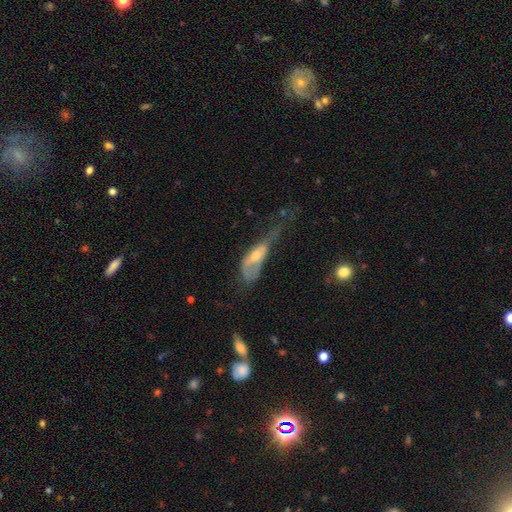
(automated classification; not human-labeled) smooth_or_featured: featured or disk (p=0.46) [tied with: smooth p=0.46]
merging: major disturbance (p=0.56) [alt: minor disturbance p=0.22]